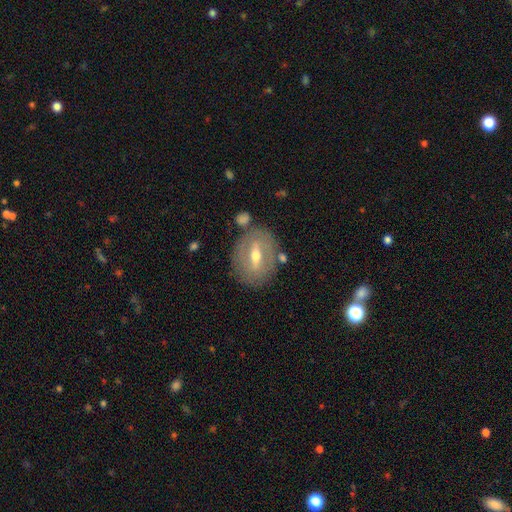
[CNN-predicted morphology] A featured or disk galaxy (64%) with a strong bar (47%), no spiral arms (65%) and a moderate central bulge (68%). Merging: none (76%).